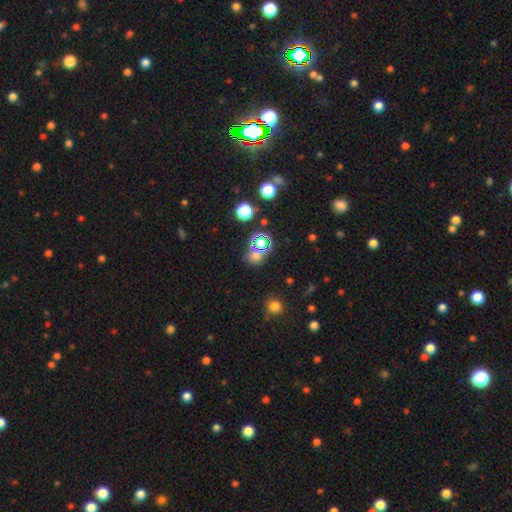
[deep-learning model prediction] Overall: star or artifact (47%; smooth 45%).